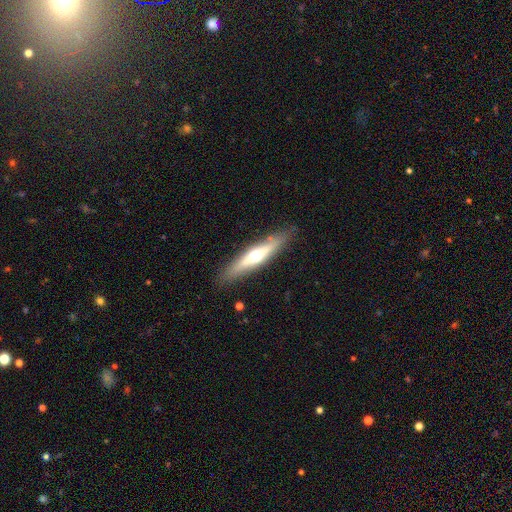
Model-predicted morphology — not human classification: Q: Smooth or featured?
A: featured or disk (55%); runner-up: smooth (39%)
Q: Edge-on disk?
A: yes (88%); runner-up: no (12%)
Q: Merging?
A: none (86%); runner-up: minor disturbance (10%)